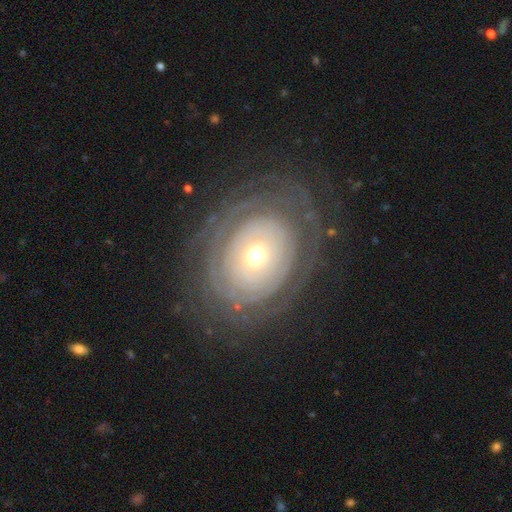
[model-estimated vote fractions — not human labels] This is likely a featured or disk galaxy (75%). It is clearly not viewed edge-on (96%). Bar: clearly no (85%). Spiral arm pattern: likely yes (69%). Central bulge: possibly moderate (50%). Merging: likely none (77%).